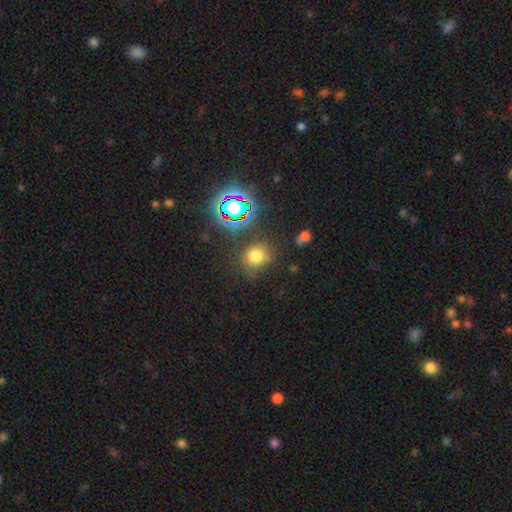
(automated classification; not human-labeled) Morphology: type=smooth (69%); roundness=round (72%); merging=none (71%).